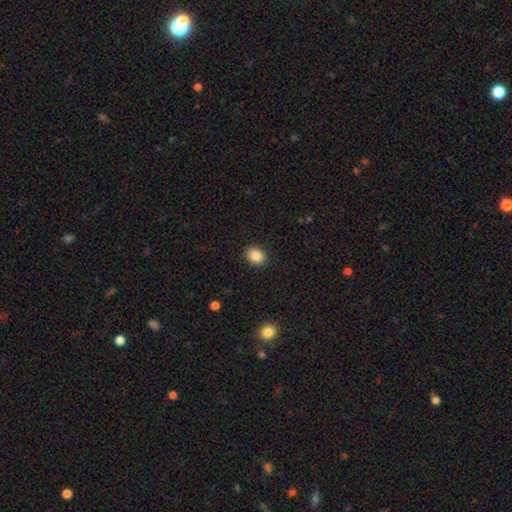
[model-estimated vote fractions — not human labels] Smooth or featured? smooth (86%)
How rounded? round (59%)
Merging? none (90%)